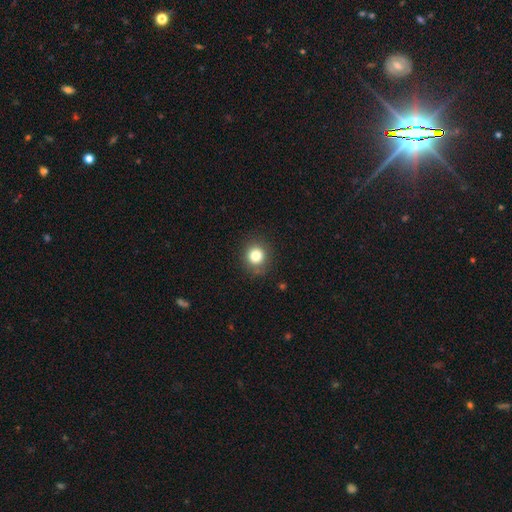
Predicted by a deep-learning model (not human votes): Smooth or featured: smooth — 81% (star or artifact — 12%)
How rounded: round — 89% (in between — 10%)
Merging: none — 86% (minor disturbance — 9%)